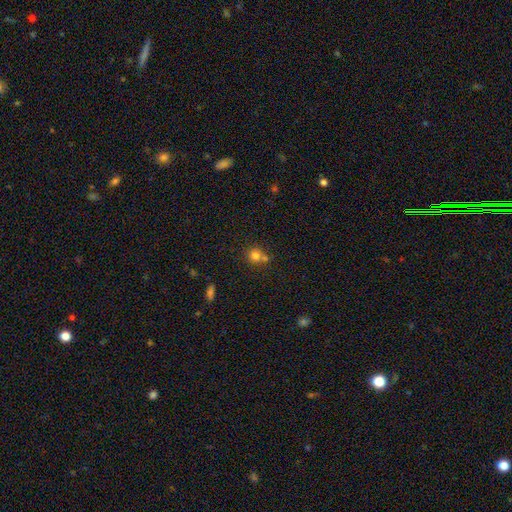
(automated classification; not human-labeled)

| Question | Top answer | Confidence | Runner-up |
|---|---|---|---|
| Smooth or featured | smooth | 78% | star or artifact (13%) |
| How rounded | round | 89% | in between (10%) |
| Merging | none | 56% | merger (33%) |